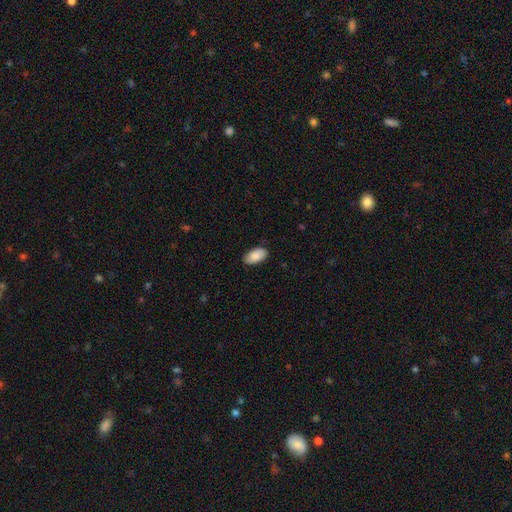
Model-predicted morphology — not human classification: Q: Smooth or featured?
A: smooth (86%); runner-up: featured or disk (8%)
Q: How rounded?
A: in between (95%); runner-up: round (3%)
Q: Merging?
A: none (85%); runner-up: minor disturbance (12%)